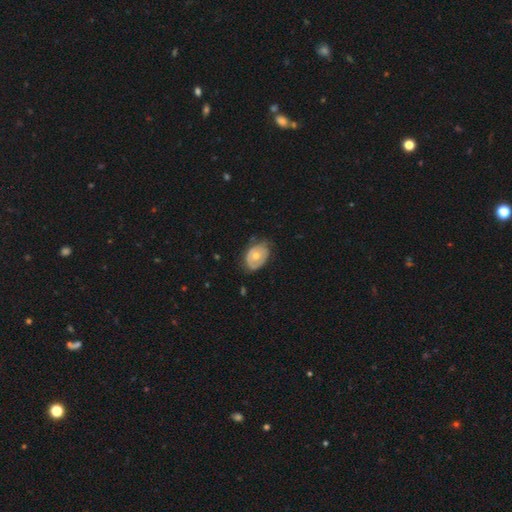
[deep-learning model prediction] Smooth or featured? featured or disk (48%)
Merging? none (59%)